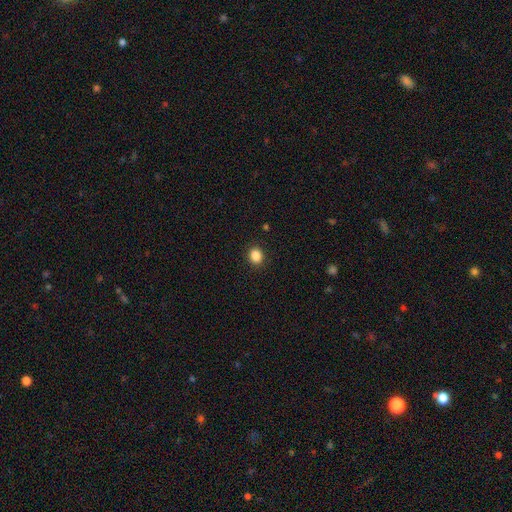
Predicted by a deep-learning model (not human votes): Overall: smooth (86%). How rounded: round (67%; in between 32%). Merging: none (91%).